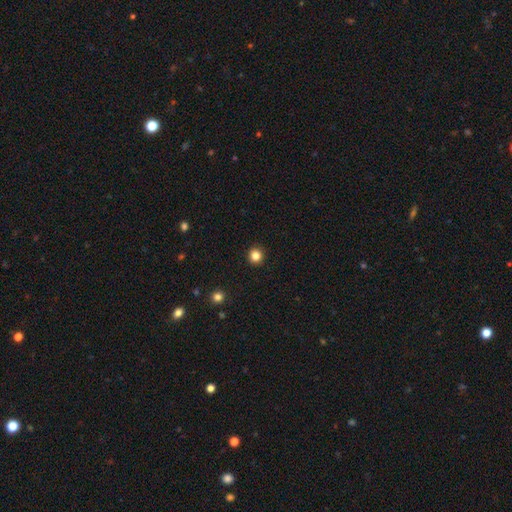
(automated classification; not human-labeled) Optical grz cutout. It shows a smooth galaxy with no disk features (84%) that is round (93%). Merging: none (93%).